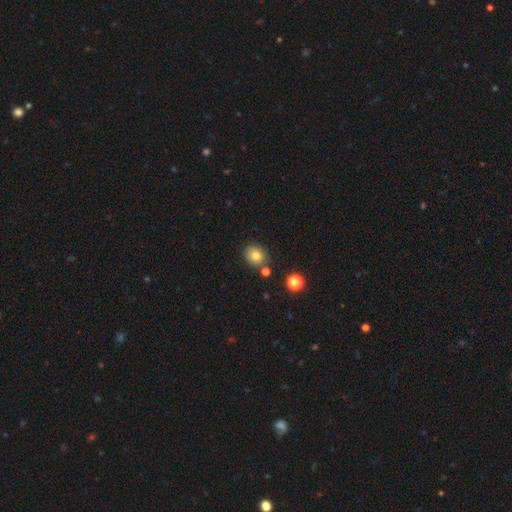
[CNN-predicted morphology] A smooth galaxy with no disk features (79%) that is round (77%). Merging: none (80%).